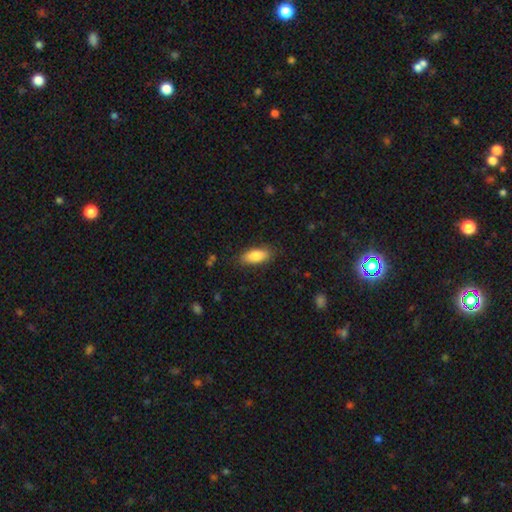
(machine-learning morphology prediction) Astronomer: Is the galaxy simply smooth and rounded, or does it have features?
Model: smooth — 85%.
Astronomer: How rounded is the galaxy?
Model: in between — 81%.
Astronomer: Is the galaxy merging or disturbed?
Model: none — 83%.